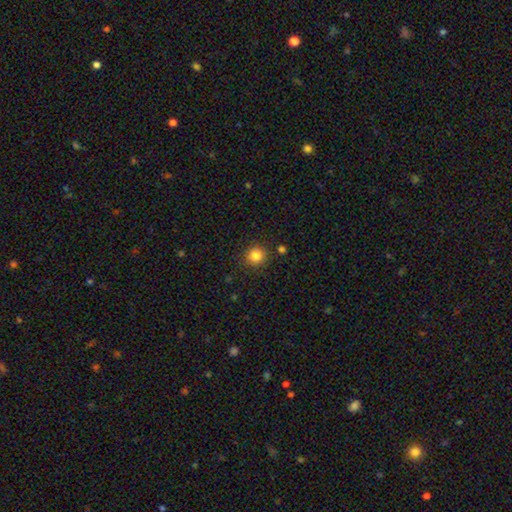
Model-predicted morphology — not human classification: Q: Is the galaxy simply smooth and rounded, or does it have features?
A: smooth — 83%.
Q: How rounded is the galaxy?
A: round — 92%.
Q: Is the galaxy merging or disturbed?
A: none — 88%.